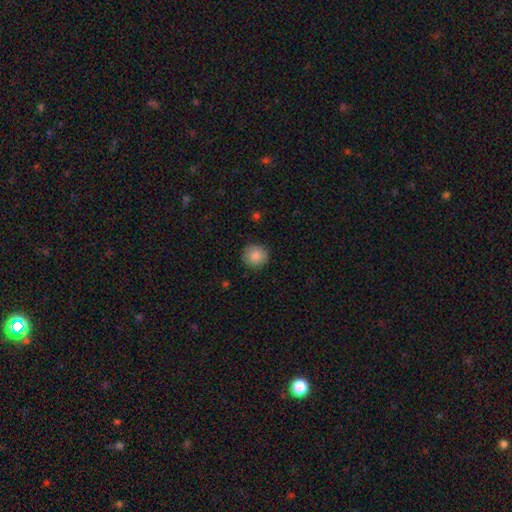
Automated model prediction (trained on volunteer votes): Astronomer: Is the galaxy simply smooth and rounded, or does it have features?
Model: smooth — 86%.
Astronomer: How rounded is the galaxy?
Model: round — 92%.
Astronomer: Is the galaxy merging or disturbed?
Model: none — 89%.